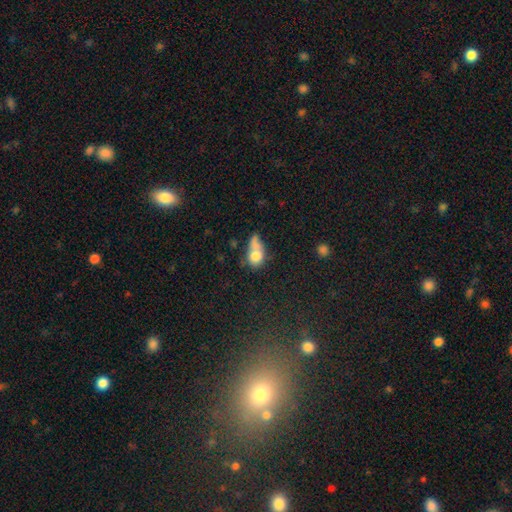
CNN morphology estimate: smooth-or-featured: smooth: 73% | featured or disk: 16% | star or artifact: 10%
  how-rounded: in between: 53% | round: 44% | cigar-shaped: 3%
  merging: merger: 42% | none: 24% | minor disturbance: 19% | major disturbance: 15%